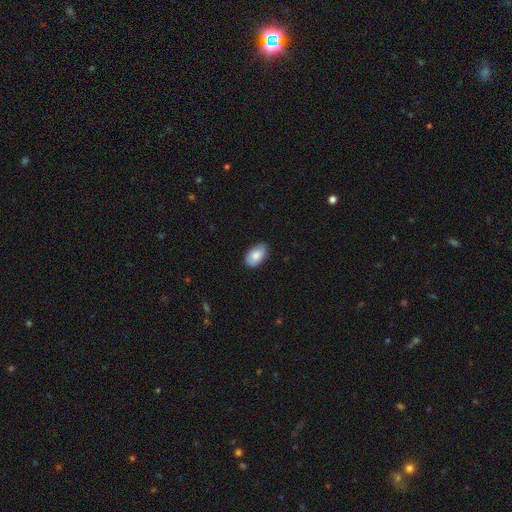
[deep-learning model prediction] smooth-or-featured: smooth: 83% | featured or disk: 11% | star or artifact: 6%
  how-rounded: in between: 93% | round: 5% | cigar-shaped: 1%
  merging: none: 79% | minor disturbance: 17% | major disturbance: 2% | merger: 1%